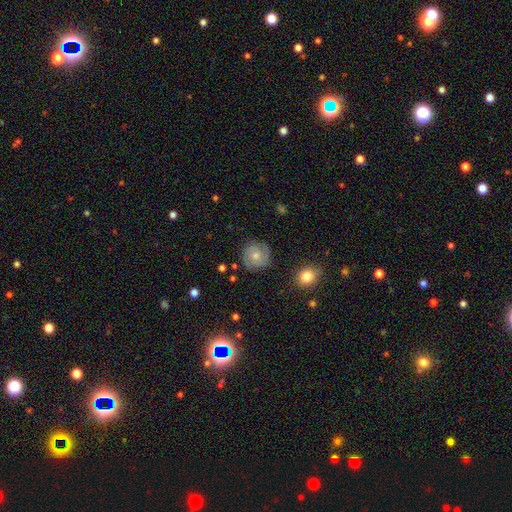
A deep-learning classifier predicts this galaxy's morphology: Smooth or featured: featured or disk — 49% (smooth — 42%)
Merging: none — 81% (minor disturbance — 13%)